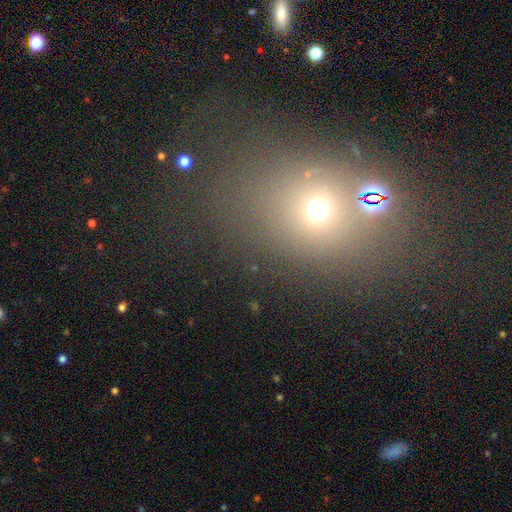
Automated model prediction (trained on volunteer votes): smooth-or-featured: smooth: 53% | star or artifact: 32% | featured or disk: 15%
  how-rounded: round: 51% | in between: 47% | cigar-shaped: 2%
  merging: none: 58% | merger: 19% | minor disturbance: 13% | major disturbance: 10%